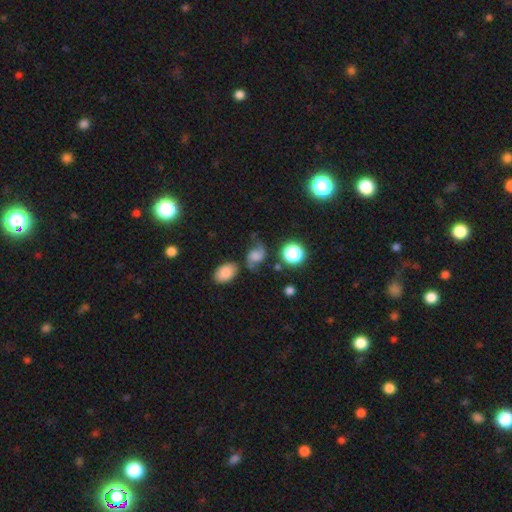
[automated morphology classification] featured or disk 49%, smooth 36%, star or artifact 16%. Down the decision tree: merging — none (55%).